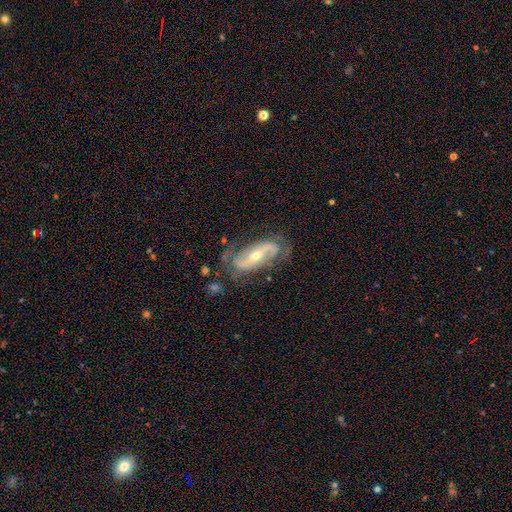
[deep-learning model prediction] Morphology: type=featured or disk (85%); edge-on=no (92%); bar=strong (45%); spiral arms=yes (91%); winding=medium (41%); arm count=2 (85%); bulge=small (50%); merging=none (66%).